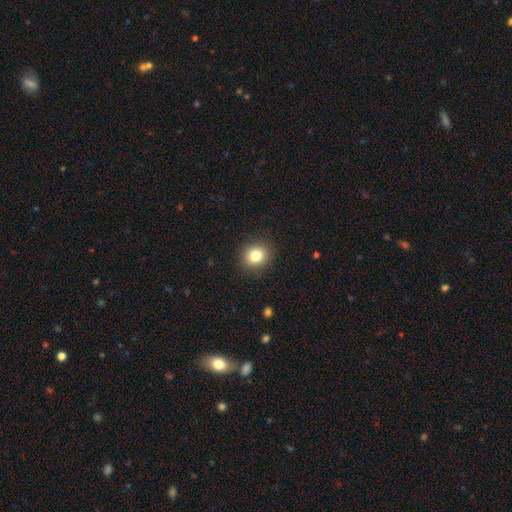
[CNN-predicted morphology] smooth_or_featured: smooth (p=0.81) [alt: star or artifact p=0.11]
how_rounded: round (p=0.81) [alt: in between p=0.18]
merging: none (p=0.90) [alt: minor disturbance p=0.07]